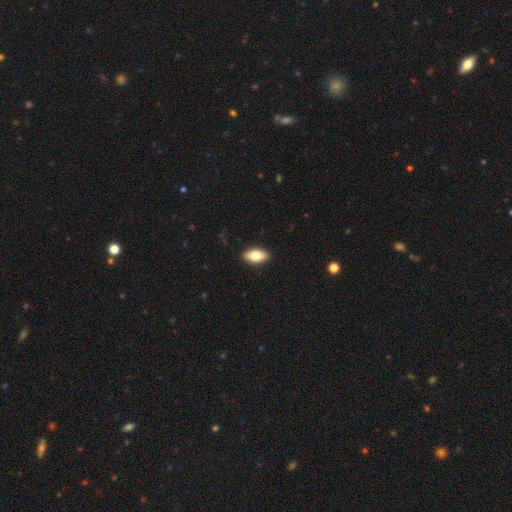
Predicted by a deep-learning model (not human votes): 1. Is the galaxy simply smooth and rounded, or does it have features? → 76% smooth, 17% featured or disk, 7% star or artifact.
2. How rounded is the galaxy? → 89% in between, 7% cigar-shaped, 4% round.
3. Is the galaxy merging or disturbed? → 90% none, 8% minor disturbance, 2% major disturbance, 1% merger.